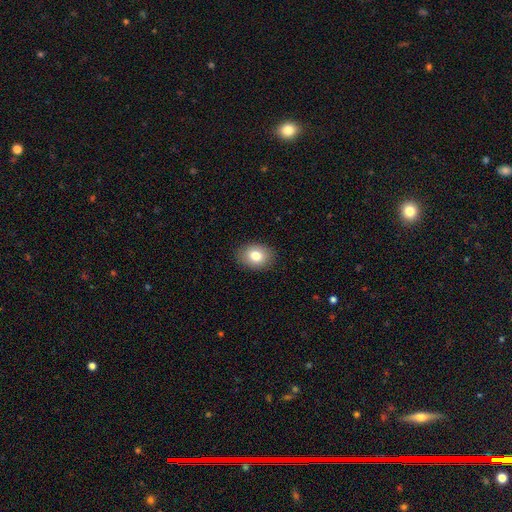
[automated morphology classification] Smooth or featured? smooth (80%)
How rounded? in between (64%)
Merging? none (88%)